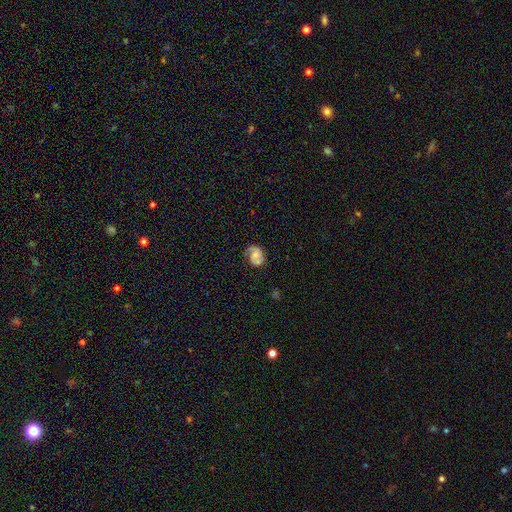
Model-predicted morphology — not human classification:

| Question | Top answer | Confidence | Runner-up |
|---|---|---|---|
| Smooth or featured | featured or disk | 65% | smooth (26%) |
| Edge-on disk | no | 98% | yes (2%) |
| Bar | no | 66% | weak (28%) |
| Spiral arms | yes | 91% | no (9%) |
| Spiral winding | medium | 43% | tight (39%) |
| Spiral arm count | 2 | 67% | 1 (21%) |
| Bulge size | small | 48% | moderate (34%) |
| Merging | none | 65% | minor disturbance (22%) |